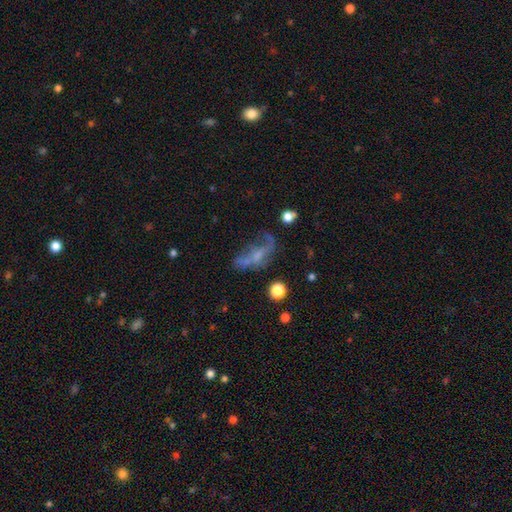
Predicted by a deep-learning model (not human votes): Smooth or featured: featured or disk — 51% (smooth — 30%)
Edge-on disk: no — 88% (yes — 12%)
Merging: major disturbance — 37% (none — 32%)